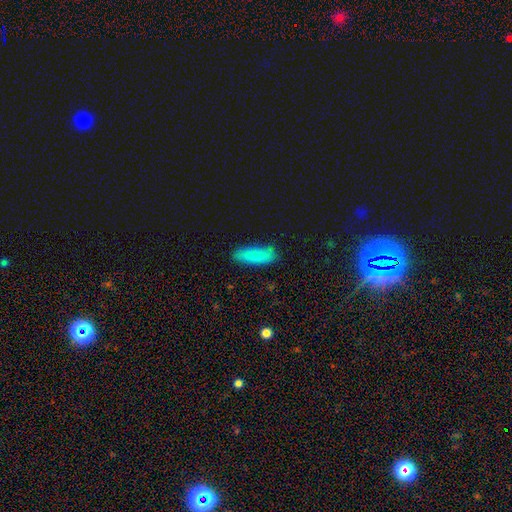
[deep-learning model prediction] Smooth or featured? smooth (85%)
How rounded? in between (51%)
Merging? none (78%)